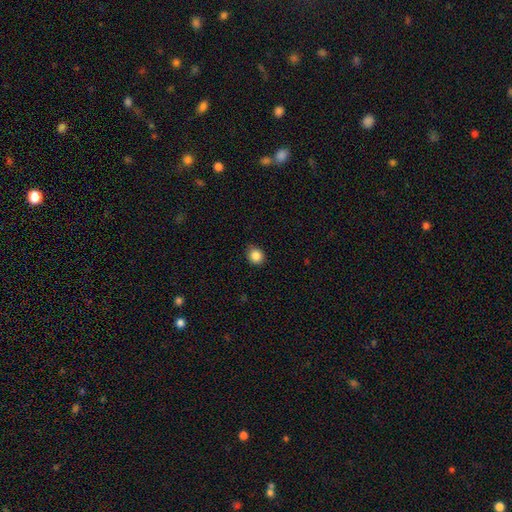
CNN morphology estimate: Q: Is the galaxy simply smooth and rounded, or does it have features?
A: smooth — 86%.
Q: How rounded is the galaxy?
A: round — 76%.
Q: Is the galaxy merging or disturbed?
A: none — 84%.